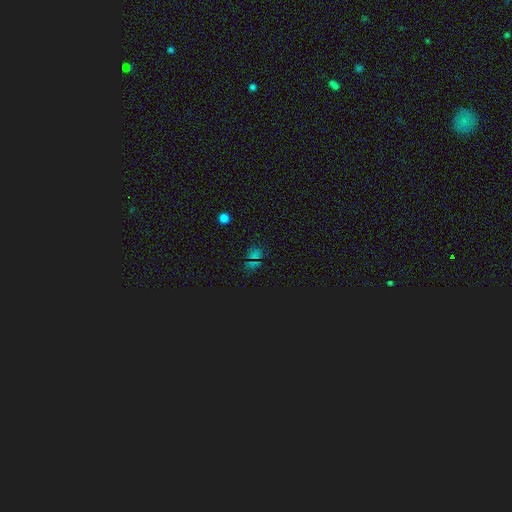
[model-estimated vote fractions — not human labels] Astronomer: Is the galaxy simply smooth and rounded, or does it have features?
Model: star or artifact — 61%.